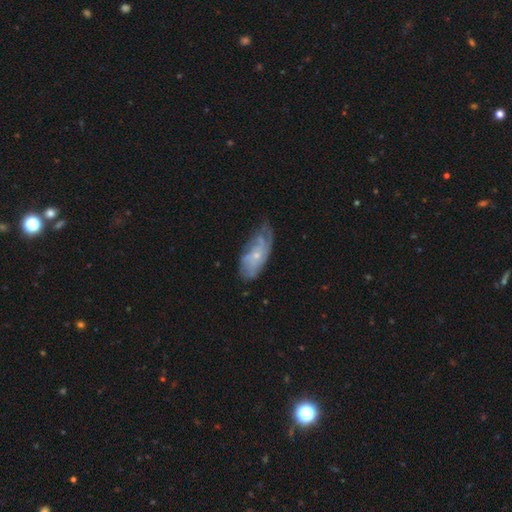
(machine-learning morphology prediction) Smooth or featured? featured or disk (68%)
Edge-on disk? no (92%)
Bar? no (76%)
Spiral arms? yes (84%)
Spiral winding? tight (51%)
Spiral arm count? can't tell (52%)
Bulge size? small (73%)
Merging? none (56%)